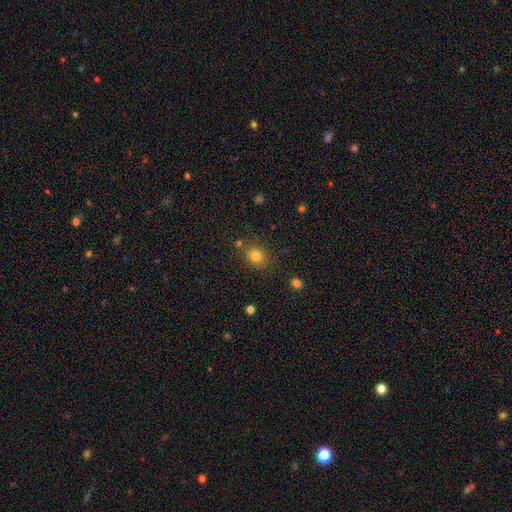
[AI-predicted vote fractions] A smooth galaxy with no disk features (79%) that is round (67%).

Vote fractions:
- Smooth or featured? smooth: 79% / star or artifact: 13% / featured or disk: 7%
- How rounded? round: 67% / in between: 32% / cigar-shaped: 1%
- Merging? none: 80% / minor disturbance: 11% / merger: 5% / major disturbance: 3%